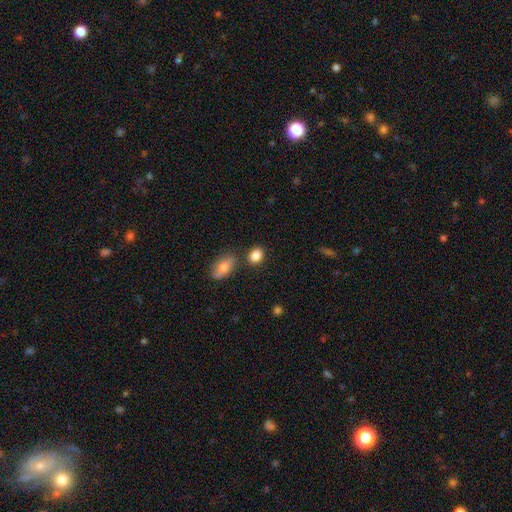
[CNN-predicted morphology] Overall: smooth (86%). How rounded: in between (65%; round 33%). Merging: none (77%).